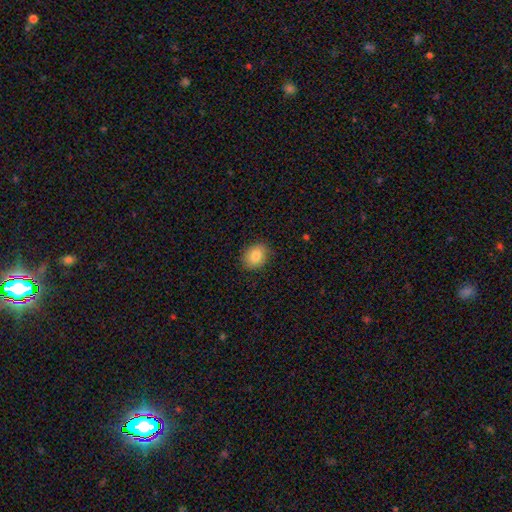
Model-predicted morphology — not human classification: Overall: smooth (83%). How rounded: in between (55%; round 44%). Merging: none (87%).